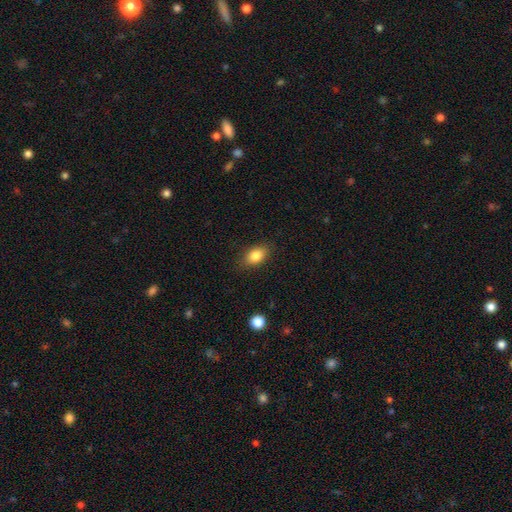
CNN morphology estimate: This appears to be a smooth galaxy with no disk features (84%) that is in between round and cigar-shaped (84%). Merging: none (84%).